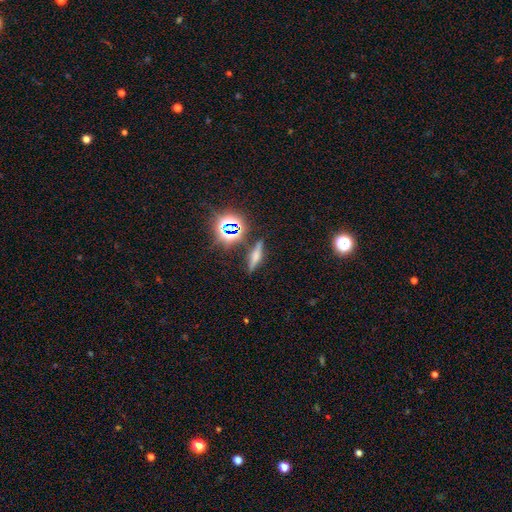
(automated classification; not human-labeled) A smooth galaxy with no disk features (39%).

Vote fractions:
- Smooth or featured? smooth: 39% / featured or disk: 38% / star or artifact: 23%
- Merging? none: 82% / minor disturbance: 11% / merger: 4% / major disturbance: 4%